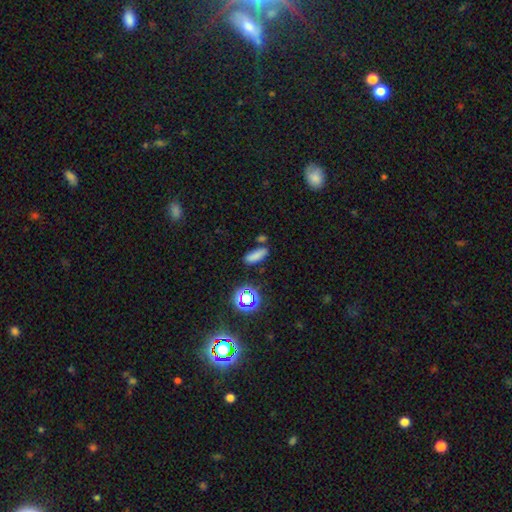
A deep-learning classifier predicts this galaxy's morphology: Smooth or featured: smooth — 76% (star or artifact — 17%)
How rounded: in between — 60% (cigar-shaped — 35%)
Merging: none — 75% (minor disturbance — 13%)